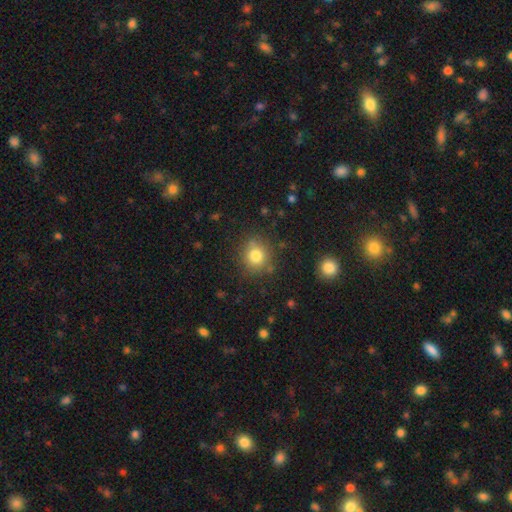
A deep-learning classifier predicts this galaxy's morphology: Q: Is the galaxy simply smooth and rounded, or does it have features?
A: smooth — 80%.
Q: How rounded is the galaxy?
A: round — 87%.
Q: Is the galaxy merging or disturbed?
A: none — 83%.